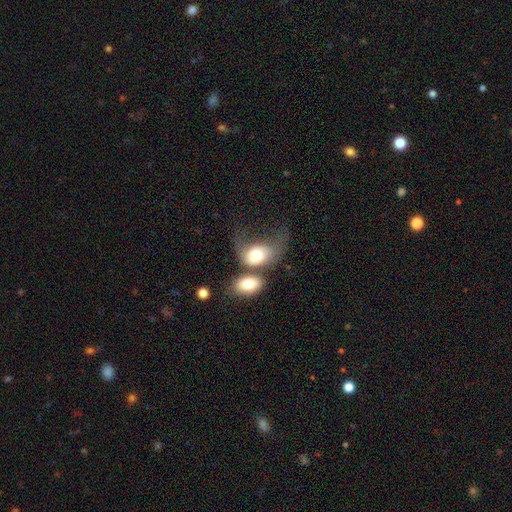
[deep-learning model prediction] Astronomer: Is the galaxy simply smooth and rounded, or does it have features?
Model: smooth — 71%.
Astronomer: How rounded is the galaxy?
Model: in between — 79%.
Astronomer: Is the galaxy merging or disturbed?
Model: merger — 50% (runner-up: major disturbance, 26%).